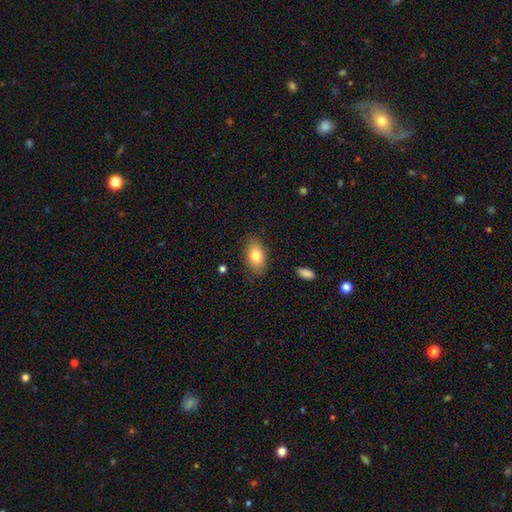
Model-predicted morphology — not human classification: type=smooth (79%); roundness=in between (90%); merging=none (84%).